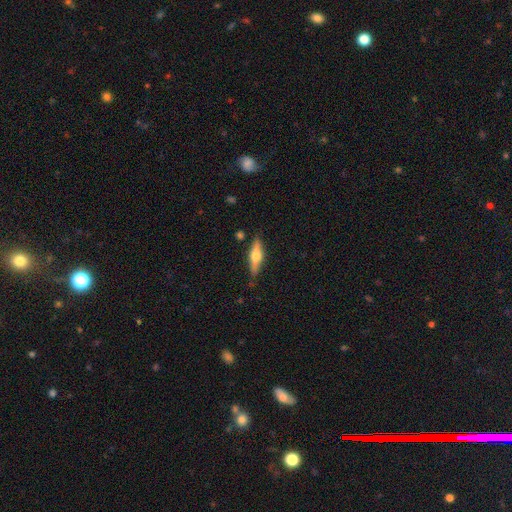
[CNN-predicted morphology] A featured or disk galaxy (58%) viewed edge-on (94%) with a rounded central bulge (93%). Merging: none (84%).